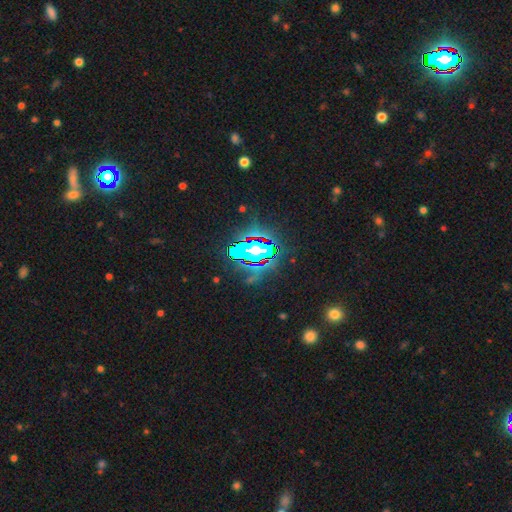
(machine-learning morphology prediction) Smooth or featured: star or artifact — 83% (smooth — 10%)